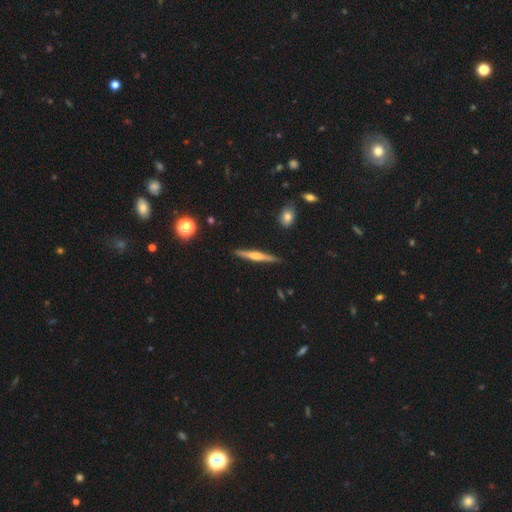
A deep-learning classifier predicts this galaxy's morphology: This appears to be a featured or disk galaxy (66%) viewed edge-on (98%) with a rounded central bulge (82%). Merging: none (90%).